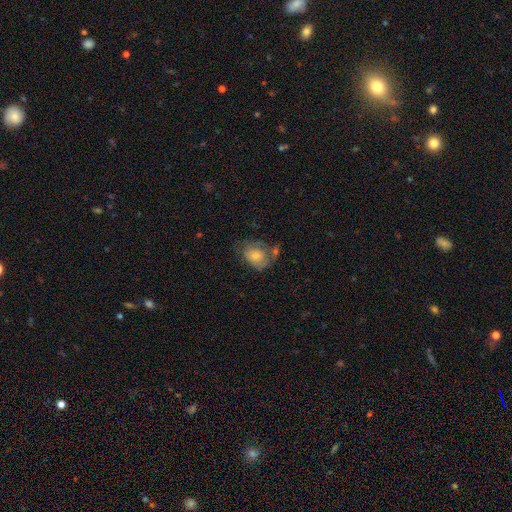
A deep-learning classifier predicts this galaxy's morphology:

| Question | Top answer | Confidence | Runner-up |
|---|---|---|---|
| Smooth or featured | smooth | 66% | featured or disk (26%) |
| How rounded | in between | 62% | round (37%) |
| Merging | none | 35% | minor disturbance (28%) |